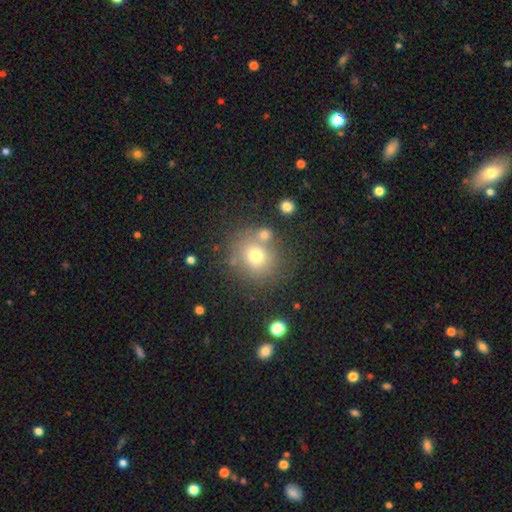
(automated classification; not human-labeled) Q: Smooth or featured?
A: smooth (69%); runner-up: star or artifact (16%)
Q: How rounded?
A: round (83%); runner-up: in between (16%)
Q: Merging?
A: none (68%); runner-up: merger (15%)